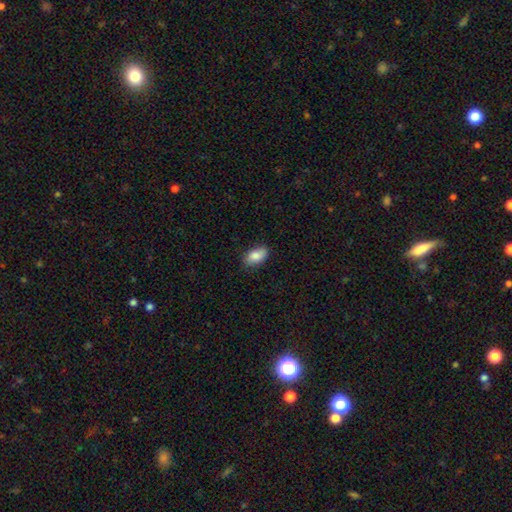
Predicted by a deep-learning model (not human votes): Q: Smooth or featured?
A: smooth (84%); runner-up: featured or disk (8%)
Q: How rounded?
A: in between (92%); runner-up: round (5%)
Q: Merging?
A: none (80%); runner-up: minor disturbance (16%)